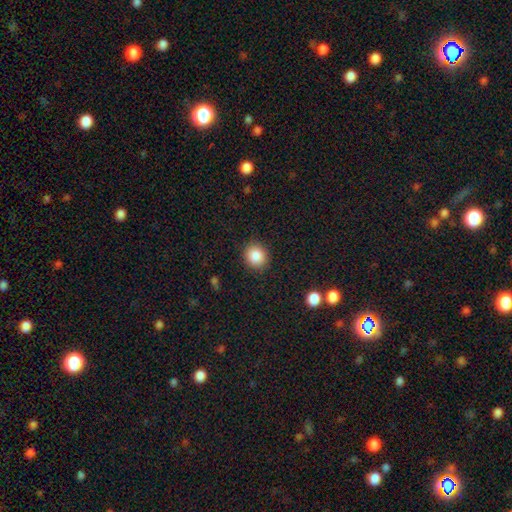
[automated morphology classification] smooth 86%, star or artifact 9%, featured or disk 5%. Down the decision tree: how rounded — round (82%); merging — none (89%).